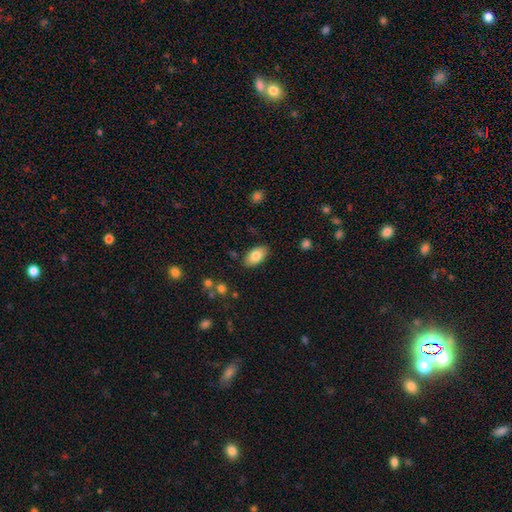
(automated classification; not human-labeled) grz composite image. It shows a smooth galaxy with no disk features (80%) that is in between round and cigar-shaped (94%). Merging: none (85%).